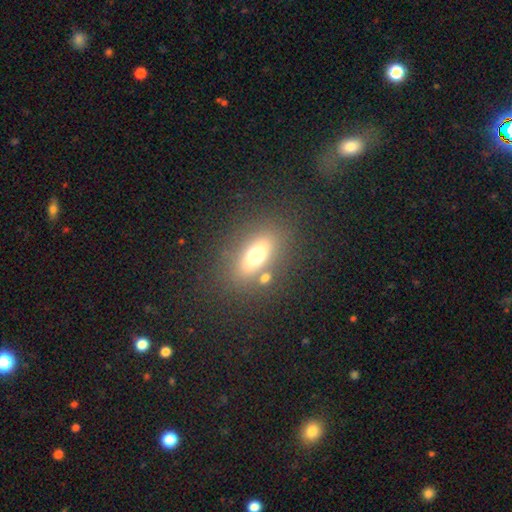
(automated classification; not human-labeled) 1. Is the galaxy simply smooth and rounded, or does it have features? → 62% smooth, 25% featured or disk, 13% star or artifact.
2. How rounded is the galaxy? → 72% in between, 17% cigar-shaped, 10% round.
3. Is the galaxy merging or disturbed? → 74% none, 11% minor disturbance, 10% merger, 5% major disturbance.